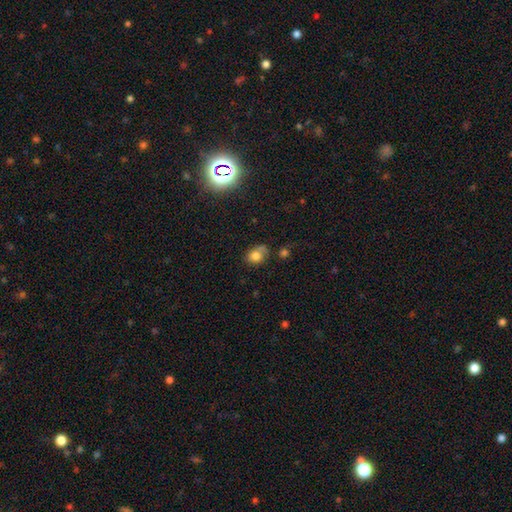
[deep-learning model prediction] A smooth galaxy with no disk features (76%) that is in between round and cigar-shaped (52%).

Vote fractions:
- Smooth or featured? smooth: 76% / star or artifact: 12% / featured or disk: 12%
- How rounded? in between: 52% / round: 47% / cigar-shaped: 1%
- Merging? none: 49% / minor disturbance: 28% / major disturbance: 12% / merger: 12%